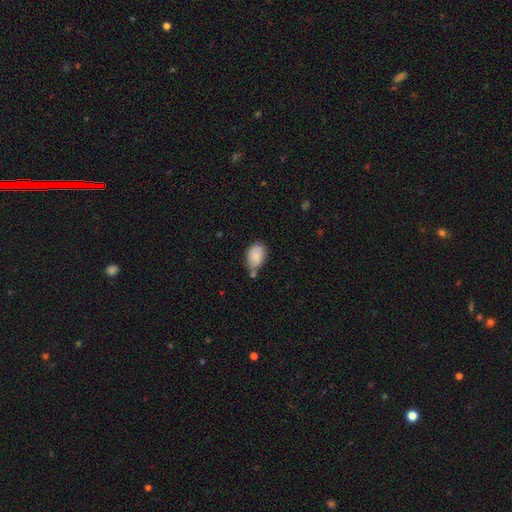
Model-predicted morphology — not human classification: The model was most divided on "merging": none: 48%, minor disturbance: 27%, merger: 18%, major disturbance: 6%. More confident: how rounded — in between (84%); smooth or featured — smooth (74%).